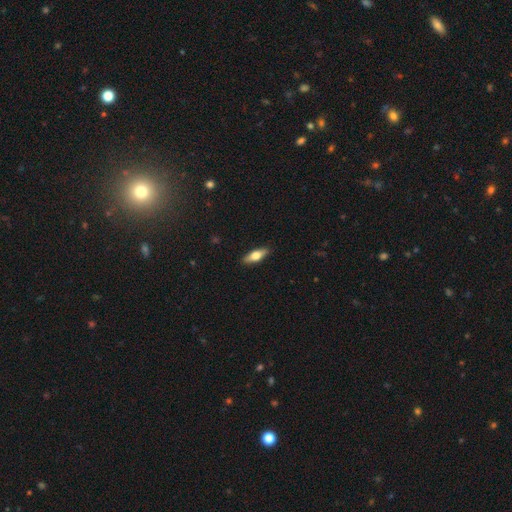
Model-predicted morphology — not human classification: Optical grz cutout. It shows a smooth galaxy with no disk features (59%) that is in between round and cigar-shaped (57%). Merging: none (89%).